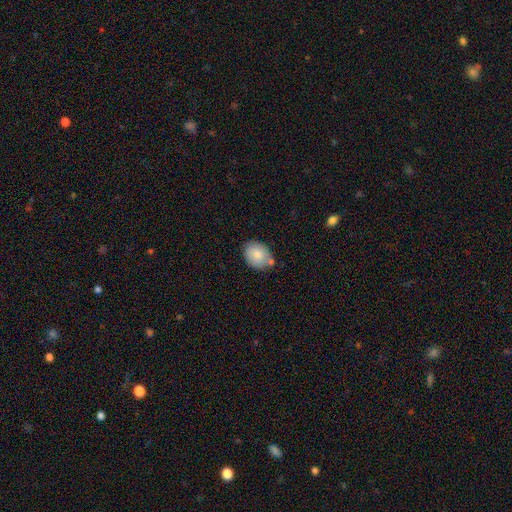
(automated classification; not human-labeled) Smooth or featured? smooth (77%)
How rounded? in between (58%)
Merging? none (70%)